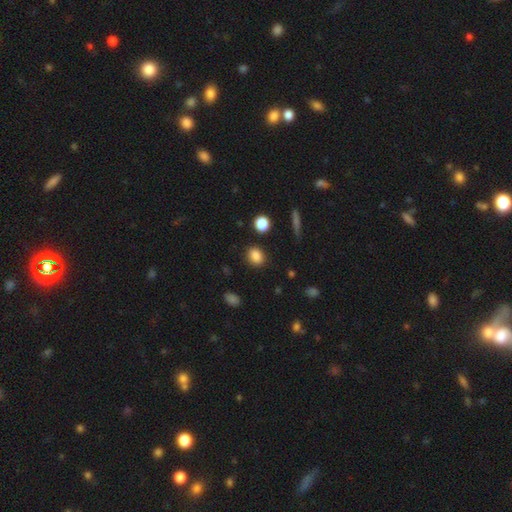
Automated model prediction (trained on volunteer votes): Overall: smooth (86%). How rounded: in between (52%; round 46%). Merging: none (85%).